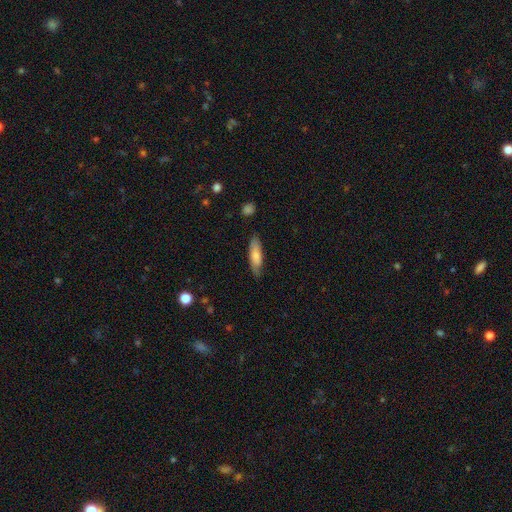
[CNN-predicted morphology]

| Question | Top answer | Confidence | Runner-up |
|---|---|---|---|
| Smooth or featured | smooth | 75% | featured or disk (19%) |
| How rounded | cigar-shaped | 59% | in between (39%) |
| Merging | none | 80% | minor disturbance (15%) |